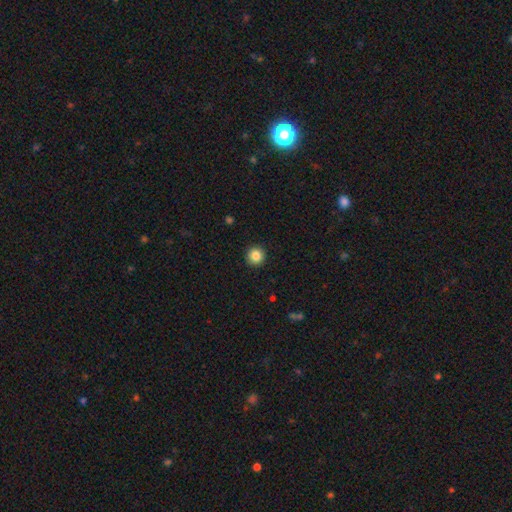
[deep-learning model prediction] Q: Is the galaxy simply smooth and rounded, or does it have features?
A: smooth — 85%.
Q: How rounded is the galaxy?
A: round — 95%.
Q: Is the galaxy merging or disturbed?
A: none — 93%.